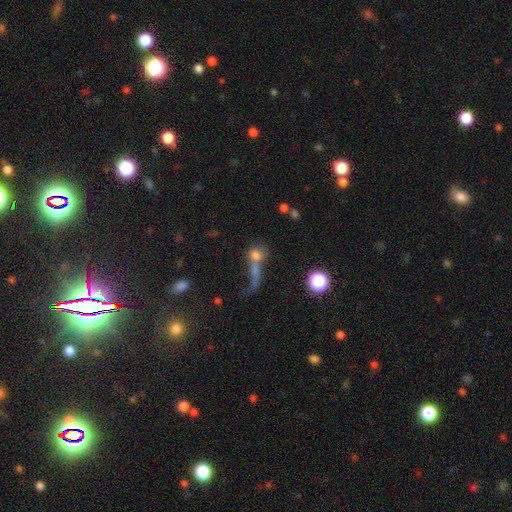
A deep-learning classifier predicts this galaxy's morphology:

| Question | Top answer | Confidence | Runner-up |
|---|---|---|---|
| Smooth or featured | smooth | 65% | featured or disk (19%) |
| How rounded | round | 60% | in between (31%) |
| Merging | merger | 51% | none (24%) |